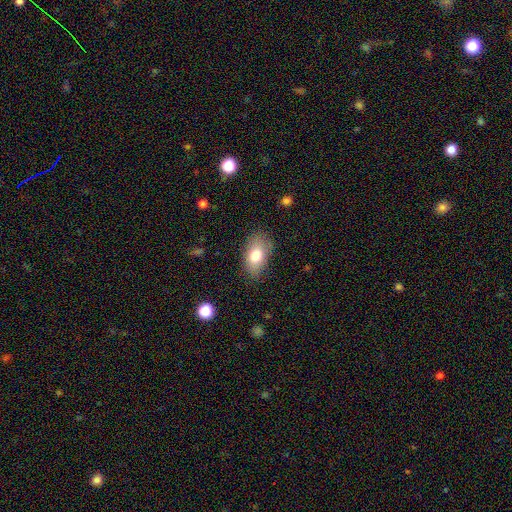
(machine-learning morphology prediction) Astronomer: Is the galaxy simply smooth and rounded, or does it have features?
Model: smooth — 77%.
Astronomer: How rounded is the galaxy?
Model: in between — 91%.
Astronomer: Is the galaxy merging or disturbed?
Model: none — 80%.